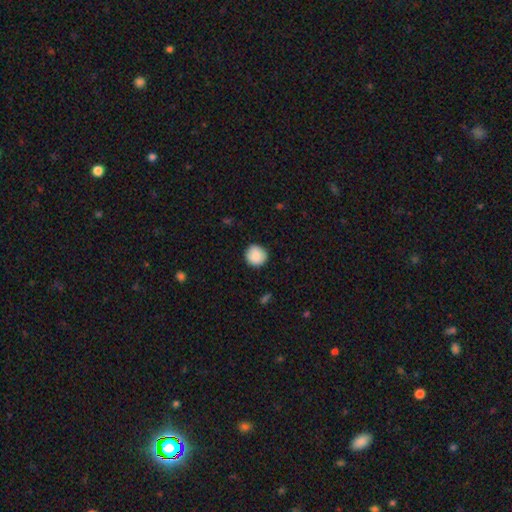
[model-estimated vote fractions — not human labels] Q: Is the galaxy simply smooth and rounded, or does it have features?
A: smooth — 89%.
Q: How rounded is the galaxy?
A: round — 94%.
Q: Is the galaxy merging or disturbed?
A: none — 89%.